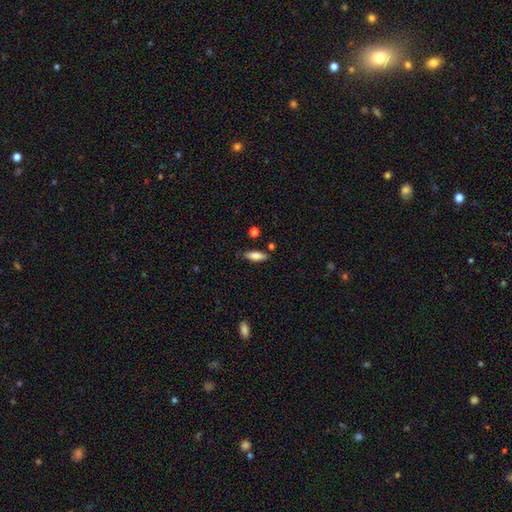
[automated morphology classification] Smooth or featured: smooth — 81% (featured or disk — 13%)
How rounded: in between — 61% (cigar-shaped — 36%)
Merging: none — 77% (minor disturbance — 16%)